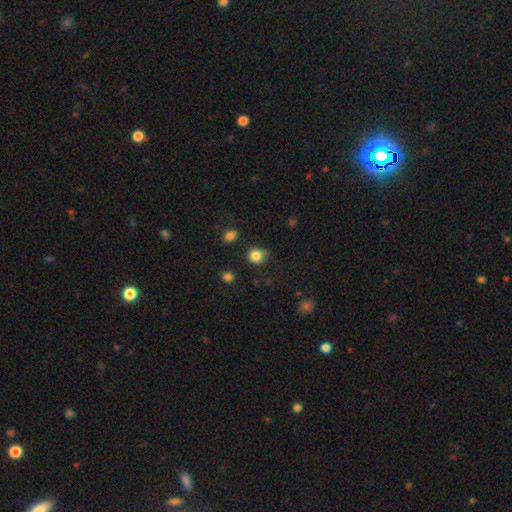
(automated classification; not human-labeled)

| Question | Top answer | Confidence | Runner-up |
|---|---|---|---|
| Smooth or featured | smooth | 84% | star or artifact (11%) |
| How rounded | round | 85% | in between (14%) |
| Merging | none | 73% | minor disturbance (20%) |